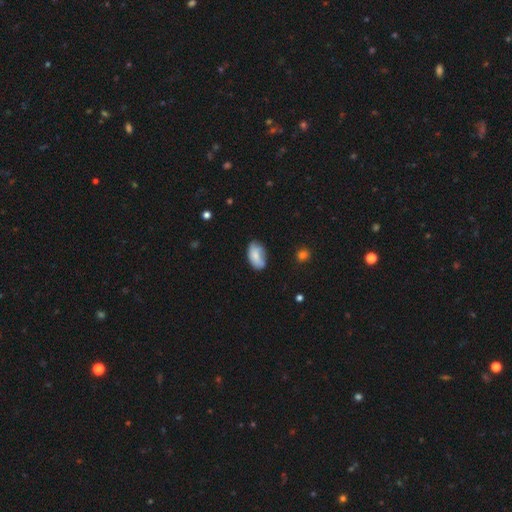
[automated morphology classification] smooth_or_featured: smooth (p=0.76) [alt: featured or disk p=0.16]
how_rounded: in between (p=0.93) [alt: round p=0.05]
merging: none (p=0.59) [alt: minor disturbance p=0.31]